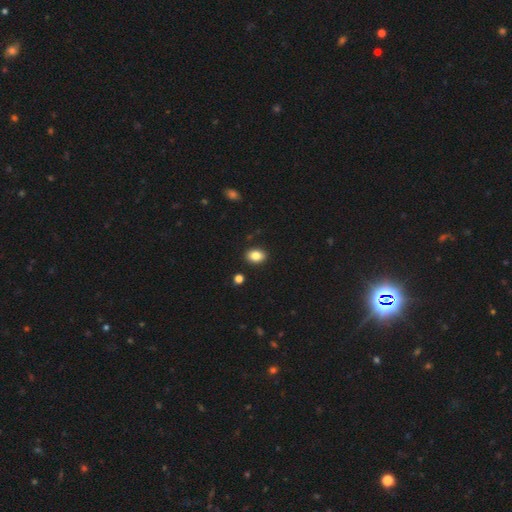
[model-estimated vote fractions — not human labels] Morphology: type=smooth (84%); roundness=in between (71%); merging=none (89%).